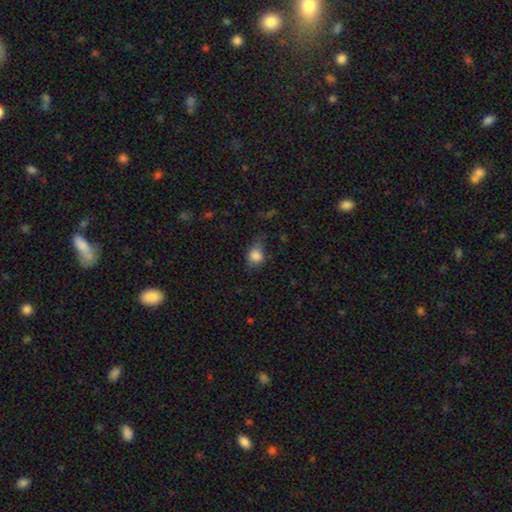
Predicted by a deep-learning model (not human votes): smooth 82%, star or artifact 10%, featured or disk 7%. Down the decision tree: how rounded — round (57%); merging — none (44%).